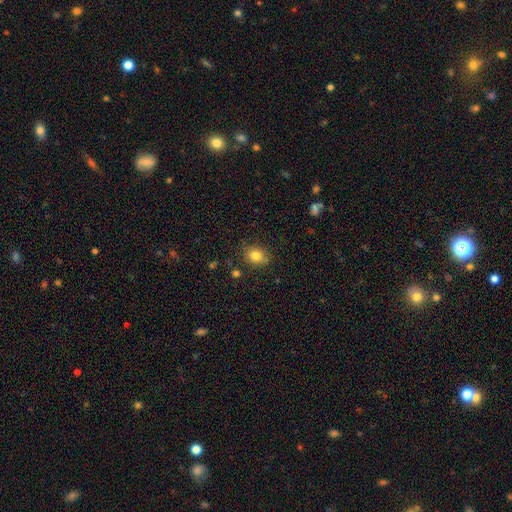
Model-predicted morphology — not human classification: smooth_or_featured: smooth (p=0.82) [alt: star or artifact p=0.11]
how_rounded: round (p=0.55) [alt: in between p=0.44]
merging: none (p=0.78) [alt: minor disturbance p=0.16]